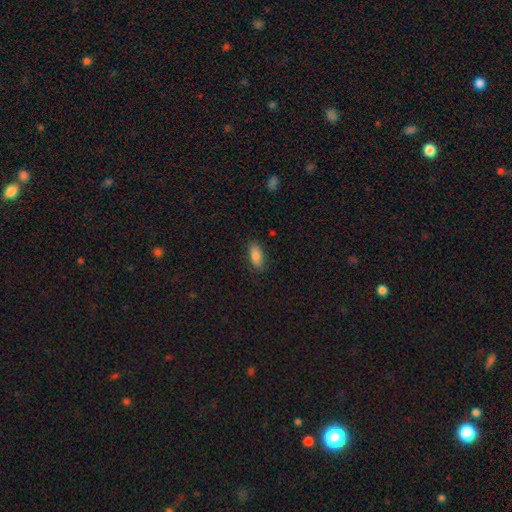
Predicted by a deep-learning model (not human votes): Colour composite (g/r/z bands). It shows a smooth galaxy with no disk features (83%) that is in between round and cigar-shaped (82%). Merging: none (86%).